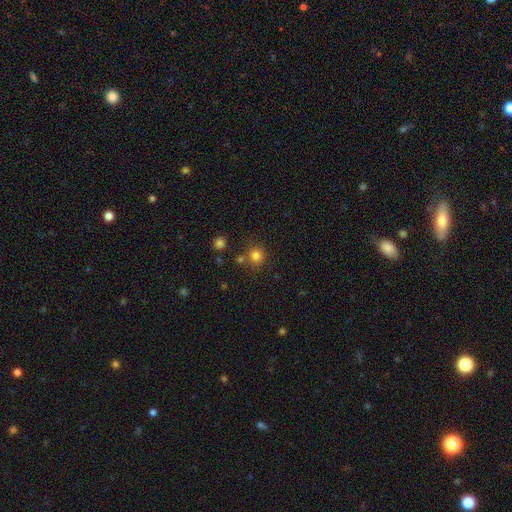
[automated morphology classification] type=smooth (80%); roundness=round (92%); merging=none (75%).